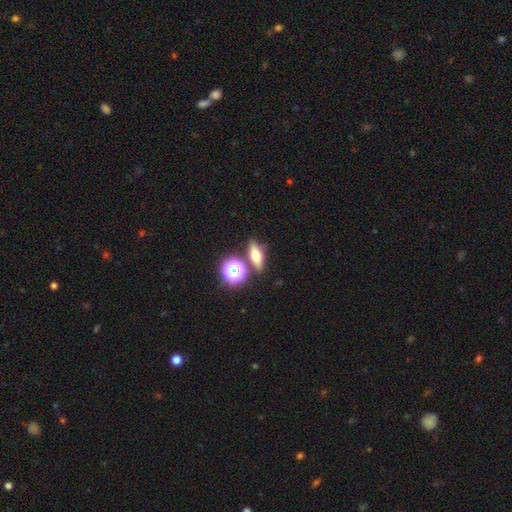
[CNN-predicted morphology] smooth 57%, featured or disk 27%, star or artifact 16%. Down the decision tree: how rounded — in between (51%); merging — none (75%).